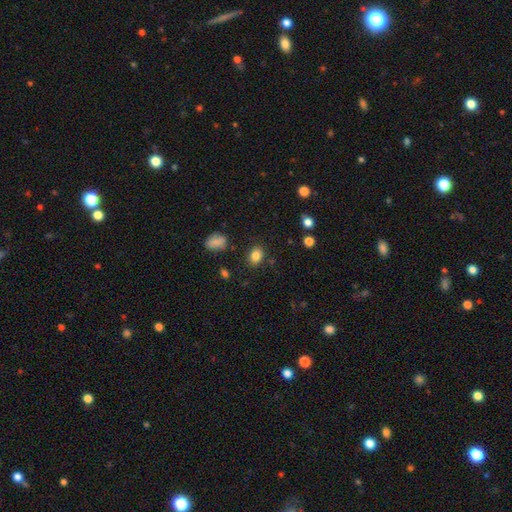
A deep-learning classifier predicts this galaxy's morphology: A smooth galaxy with no disk features (84%) that is in between round and cigar-shaped (70%). Merging: none (84%).